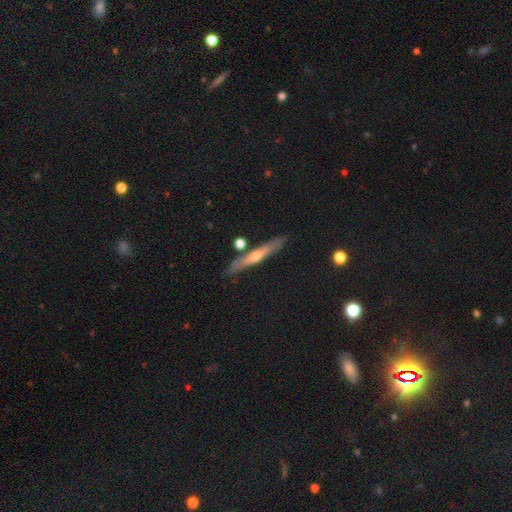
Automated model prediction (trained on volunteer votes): Overall: featured or disk (64%; smooth 29%). Edge-on disk: yes (91%). Edge-on bulge: rounded (74%). Merging: none (82%).